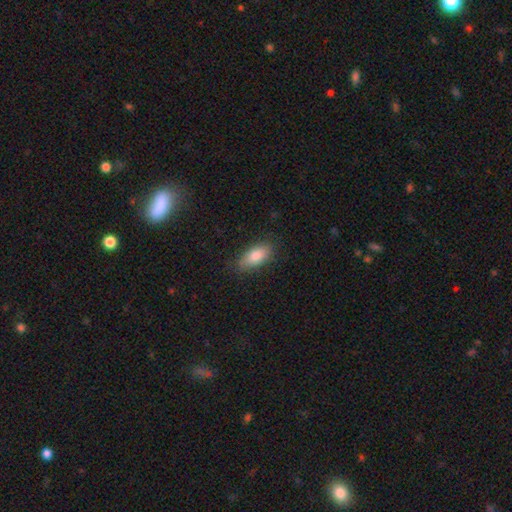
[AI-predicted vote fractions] Smooth or featured? Predicted: smooth (p=0.82). How rounded? Predicted: in between (p=0.86). Merging? Predicted: none (p=0.82).